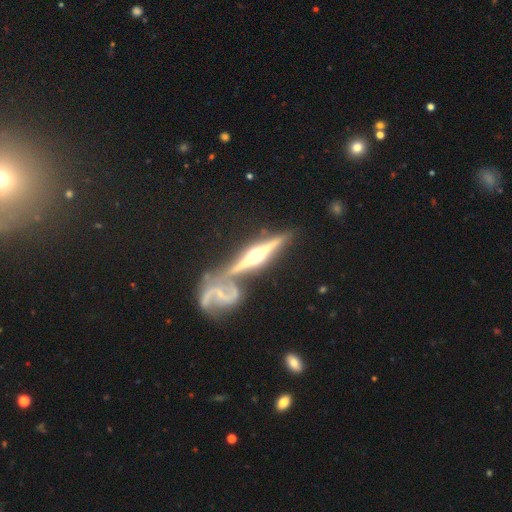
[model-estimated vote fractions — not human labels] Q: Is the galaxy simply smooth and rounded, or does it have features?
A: featured or disk — 88%.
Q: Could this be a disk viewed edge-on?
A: yes — 96%.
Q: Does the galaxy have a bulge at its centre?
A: rounded — 95%.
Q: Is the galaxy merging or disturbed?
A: none — 64%.